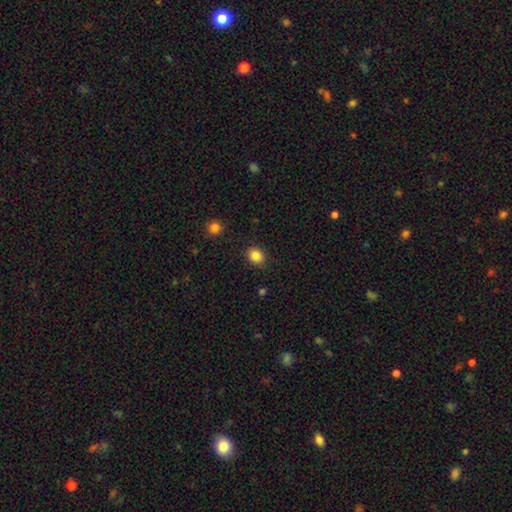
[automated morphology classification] smooth_or_featured: smooth (p=0.85) [alt: star or artifact p=0.10]
how_rounded: round (p=0.64) [alt: in between p=0.35]
merging: none (p=0.88) [alt: minor disturbance p=0.08]